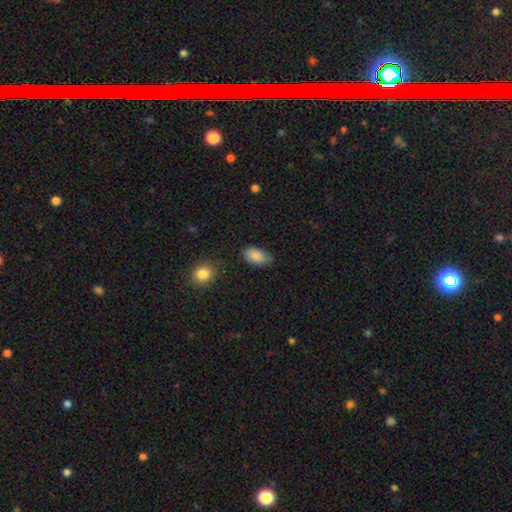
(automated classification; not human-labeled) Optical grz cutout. It shows a smooth galaxy with no disk features (87%) that is in between round and cigar-shaped (93%). Merging: none (72%).